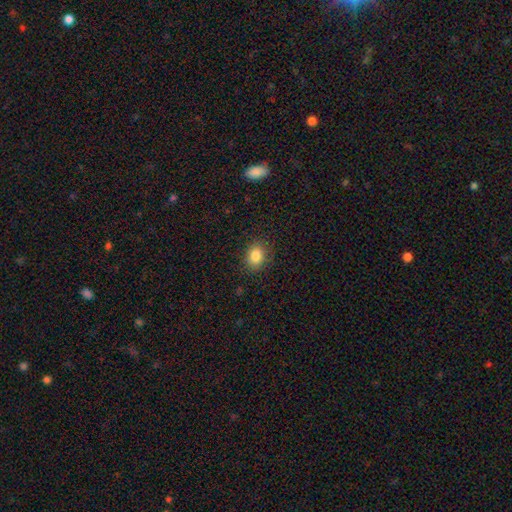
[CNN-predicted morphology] Q: Smooth or featured?
A: smooth (83%); runner-up: star or artifact (11%)
Q: How rounded?
A: in between (53%); runner-up: round (46%)
Q: Merging?
A: none (85%); runner-up: minor disturbance (11%)